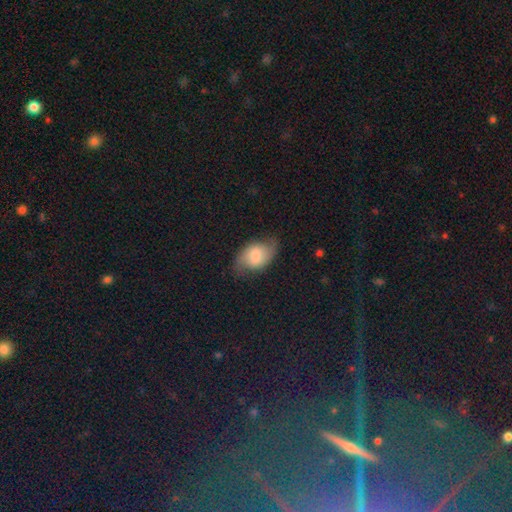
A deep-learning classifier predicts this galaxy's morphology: Smooth or featured: featured or disk — 49% (smooth — 44%)
Merging: none — 72% (minor disturbance — 19%)